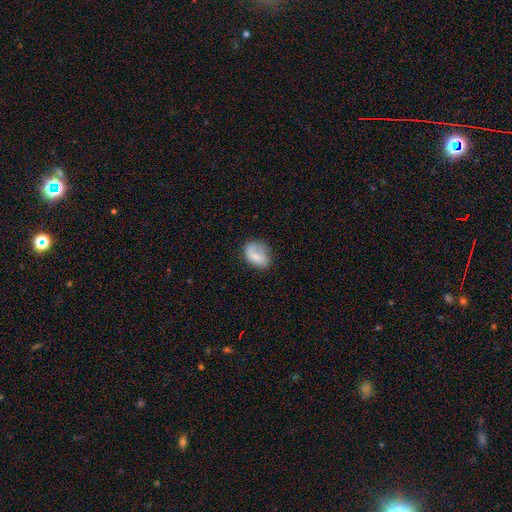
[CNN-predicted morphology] type=smooth (70%); roundness=in between (80%); merging=none (56%).